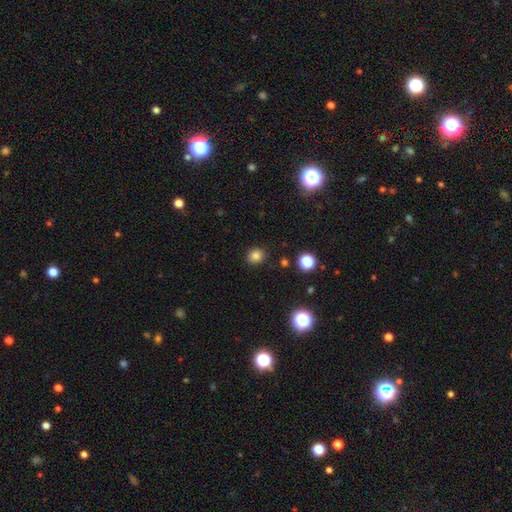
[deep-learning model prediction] This is clearly a smooth galaxy (81%). How rounded: likely round (76%). Merging: clearly none (88%).